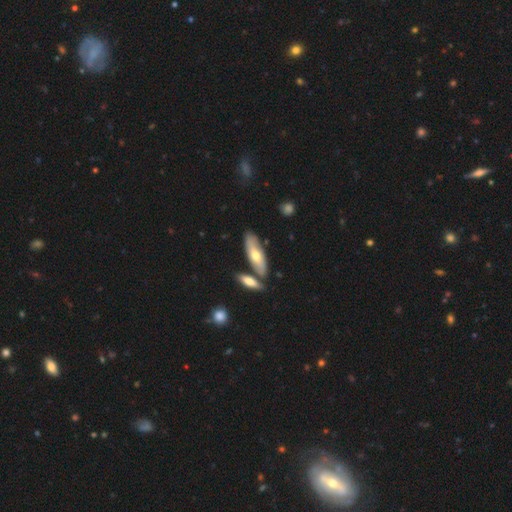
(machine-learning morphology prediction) smooth-or-featured: smooth: 52% | featured or disk: 42% | star or artifact: 5%
  how-rounded: in between: 58% | cigar-shaped: 40% | round: 2%
  merging: none: 68% | merger: 17% | minor disturbance: 12% | major disturbance: 3%